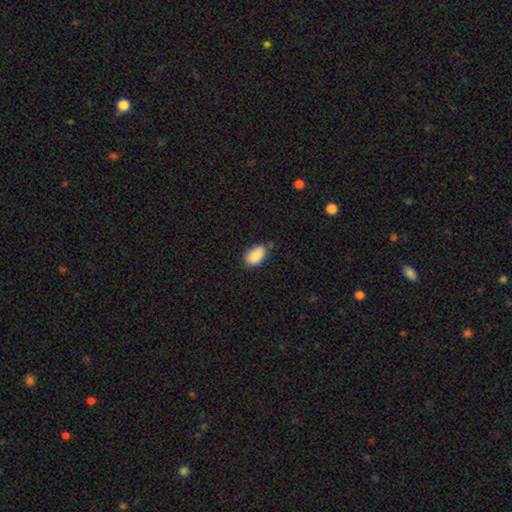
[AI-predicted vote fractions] Smooth or featured? Predicted: smooth (p=0.89). How rounded? Predicted: in between (p=0.93). Merging? Predicted: none (p=0.70).